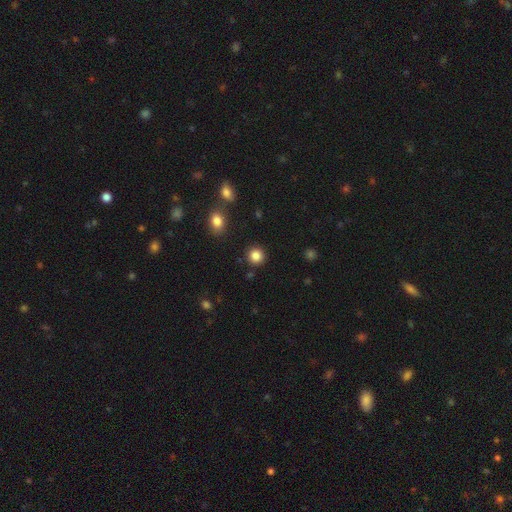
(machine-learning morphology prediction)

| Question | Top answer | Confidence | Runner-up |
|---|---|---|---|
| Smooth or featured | smooth | 86% | star or artifact (11%) |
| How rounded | round | 93% | in between (6%) |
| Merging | none | 90% | minor disturbance (5%) |